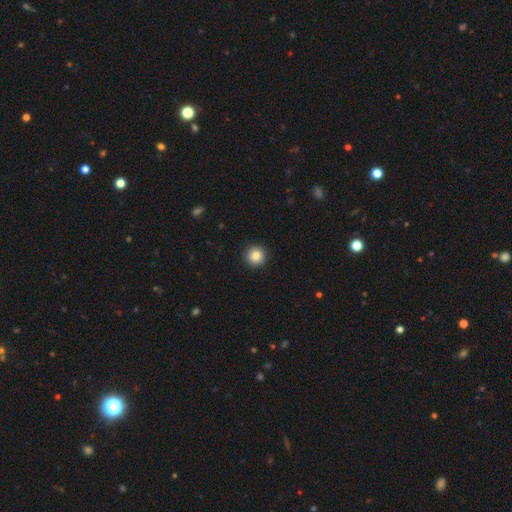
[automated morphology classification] Smooth or featured? Predicted: smooth (p=0.85). How rounded? Predicted: round (p=0.95). Merging? Predicted: none (p=0.92).